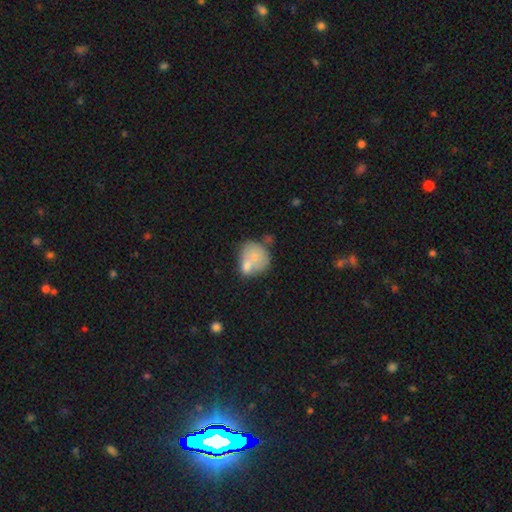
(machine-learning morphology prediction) Smooth or featured? Predicted: smooth (p=0.68). How rounded? Predicted: round (p=0.65). Merging? Predicted: merger (p=0.51).